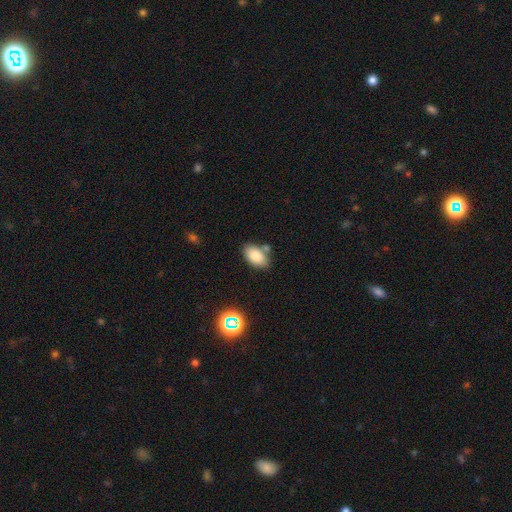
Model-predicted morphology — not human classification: The model was most divided on "merging": none: 70%, minor disturbance: 14%, merger: 12%, major disturbance: 3%. More confident: how rounded — in between (92%); smooth or featured — smooth (83%).